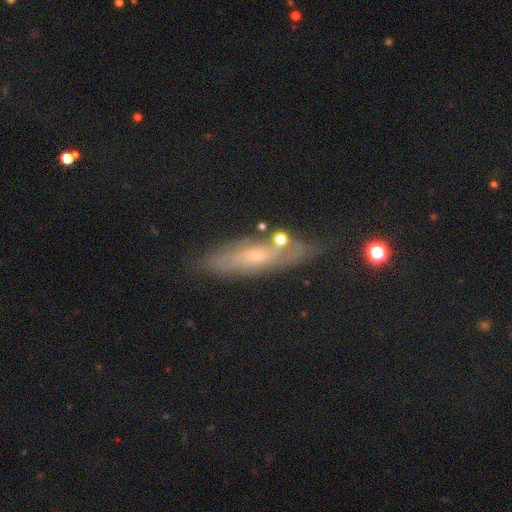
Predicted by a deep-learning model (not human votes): Smooth or featured?
  - featured or disk: 58% *
  - smooth: 29%
  - star or artifact: 13%
Edge-on disk?
  - no: 63% *
  - yes: 37%
Merging?
  - none: 71% *
  - minor disturbance: 19%
  - major disturbance: 6%
  - merger: 4%